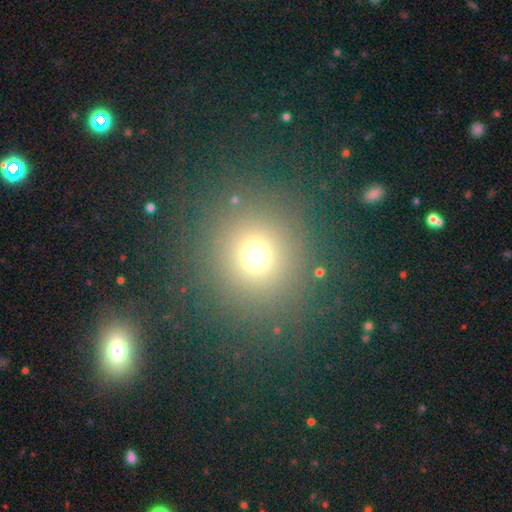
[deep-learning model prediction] Q: Smooth or featured?
A: smooth (69%); runner-up: star or artifact (23%)
Q: How rounded?
A: round (90%); runner-up: in between (9%)
Q: Merging?
A: none (85%); runner-up: minor disturbance (7%)